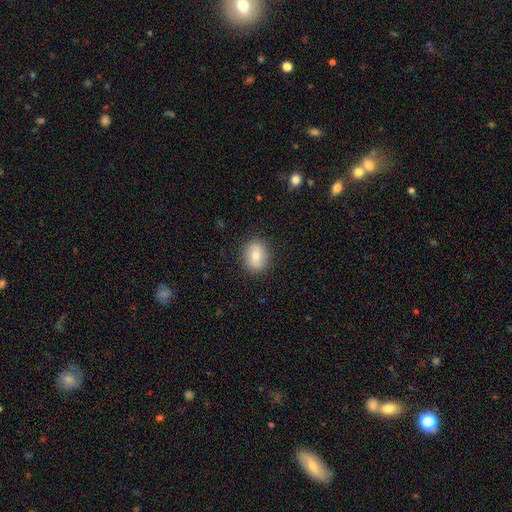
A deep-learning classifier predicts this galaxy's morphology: A smooth galaxy with no disk features (73%) that is in between round and cigar-shaped (50%). Merging: none (87%).